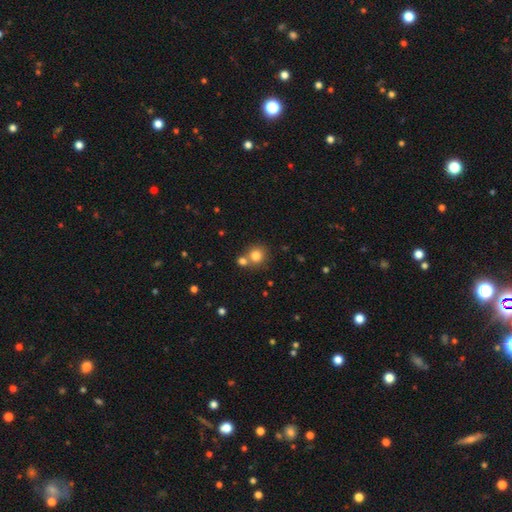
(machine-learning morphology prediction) A smooth galaxy with no disk features (80%) that is round (90%). Merging: none (61%).